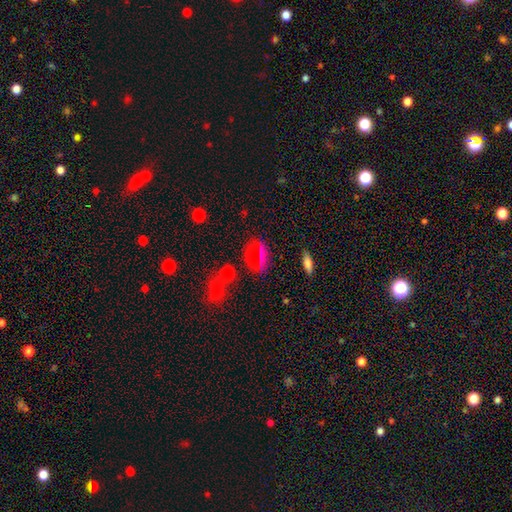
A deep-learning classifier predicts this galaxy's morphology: smooth-or-featured: smooth: 65% | star or artifact: 26% | featured or disk: 9%
  how-rounded: in between: 59% | round: 35% | cigar-shaped: 6%
  merging: none: 73% | minor disturbance: 14% | merger: 7% | major disturbance: 6%